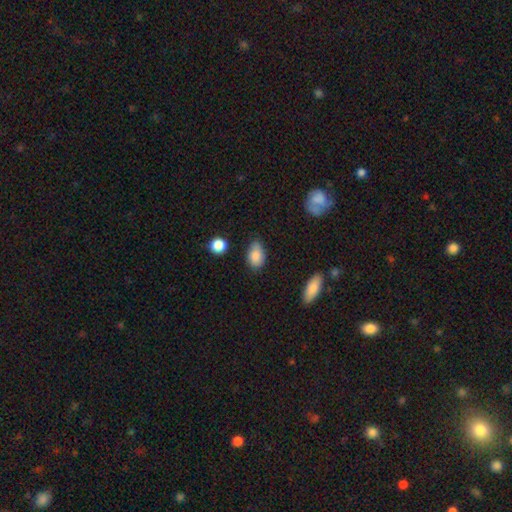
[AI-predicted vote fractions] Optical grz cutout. It shows a smooth galaxy with no disk features (84%) that is in between round and cigar-shaped (87%). Merging: none (65%).